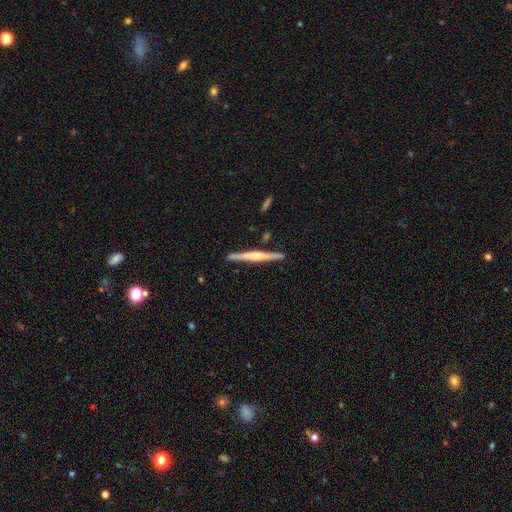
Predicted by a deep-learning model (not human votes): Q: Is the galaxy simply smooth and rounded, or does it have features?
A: featured or disk — 77%.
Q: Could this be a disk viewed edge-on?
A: yes — 98%.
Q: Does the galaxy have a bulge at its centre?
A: rounded — 81%.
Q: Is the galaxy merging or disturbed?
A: none — 90%.